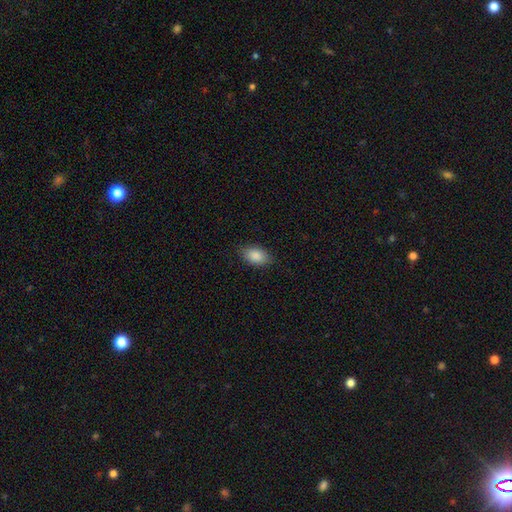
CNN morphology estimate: type=smooth (88%); roundness=in between (90%); merging=none (85%).